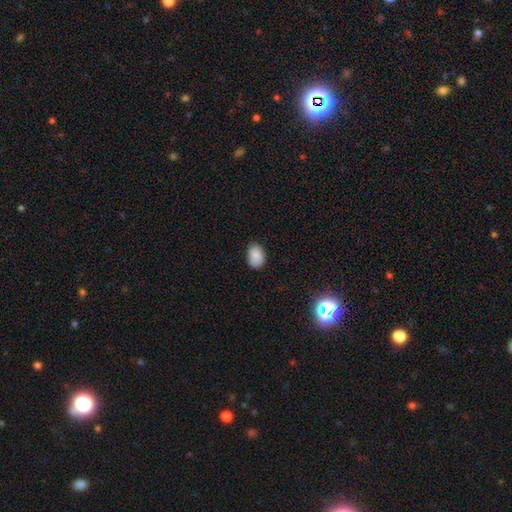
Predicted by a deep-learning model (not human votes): Overall: smooth (87%). How rounded: in between (82%). Merging: none (79%).